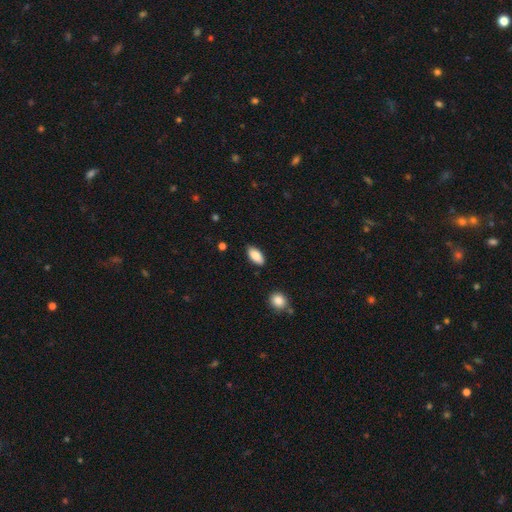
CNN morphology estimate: Smooth or featured? Predicted: smooth (p=0.88). How rounded? Predicted: in between (p=0.90). Merging? Predicted: none (p=0.86).